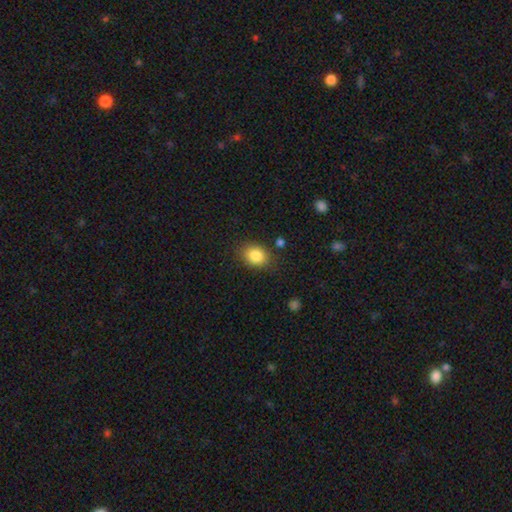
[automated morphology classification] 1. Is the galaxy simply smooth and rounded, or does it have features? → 85% smooth, 9% star or artifact, 6% featured or disk.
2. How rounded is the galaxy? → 54% in between, 45% round, 1% cigar-shaped.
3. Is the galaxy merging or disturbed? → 80% none, 13% minor disturbance, 4% major disturbance, 3% merger.